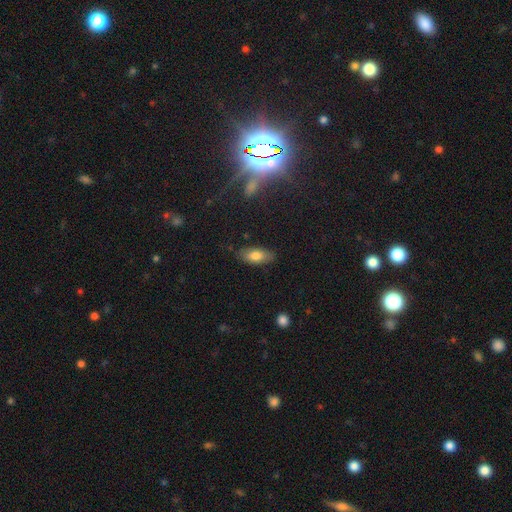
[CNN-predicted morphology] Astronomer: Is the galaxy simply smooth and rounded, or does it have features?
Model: smooth — 78%.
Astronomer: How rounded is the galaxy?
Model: in between — 84%.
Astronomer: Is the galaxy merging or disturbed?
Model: none — 82%.